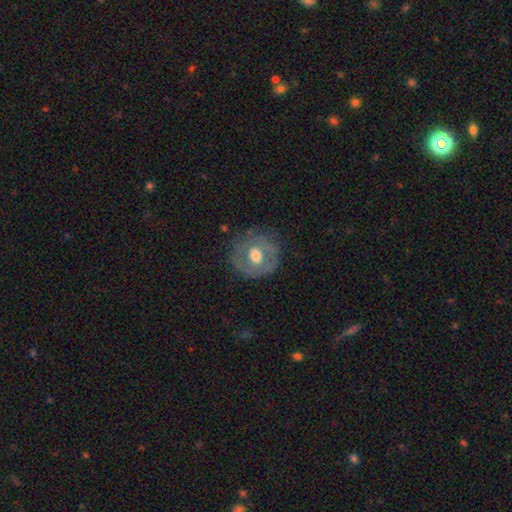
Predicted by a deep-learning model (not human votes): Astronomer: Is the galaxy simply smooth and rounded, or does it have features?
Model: featured or disk — 51% (runner-up: smooth, 42%).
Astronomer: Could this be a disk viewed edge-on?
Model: no — 95%.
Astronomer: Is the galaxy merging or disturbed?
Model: none — 70%.